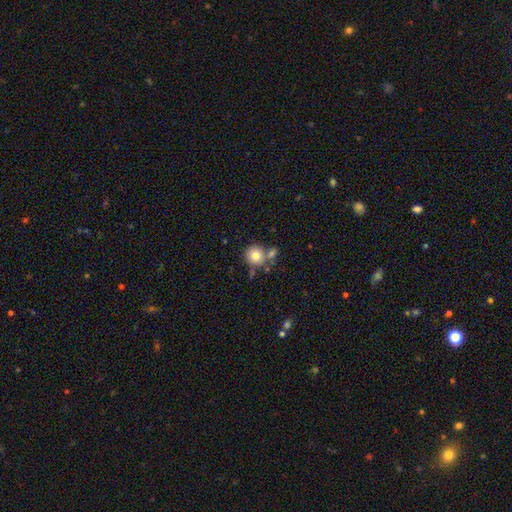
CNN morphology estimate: Smooth or featured: smooth — 78% (featured or disk — 12%)
How rounded: round — 89% (in between — 10%)
Merging: none — 56% (merger — 26%)